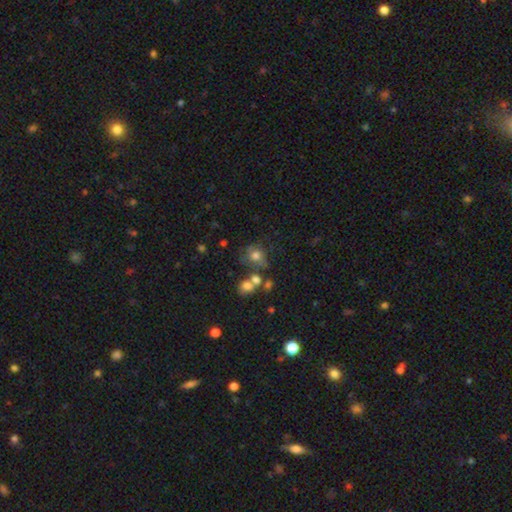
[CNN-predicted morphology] smooth_or_featured: smooth (p=0.66) [alt: featured or disk p=0.20]
how_rounded: round (p=0.73) [alt: in between p=0.26]
merging: none (p=0.48) [alt: merger p=0.20]